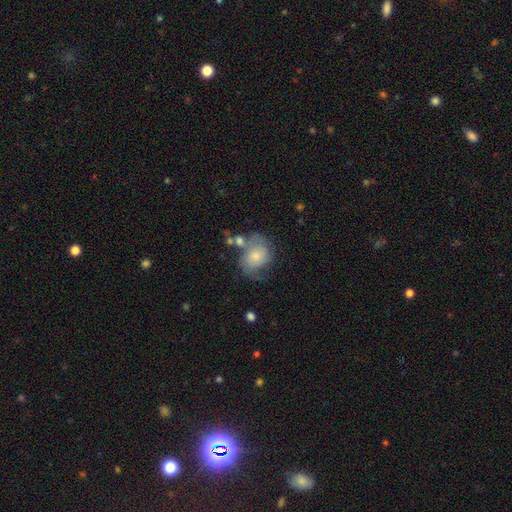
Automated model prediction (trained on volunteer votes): smooth_or_featured: featured or disk (p=0.46) [tied with: smooth p=0.46]
merging: none (p=0.39) [alt: minor disturbance p=0.26]